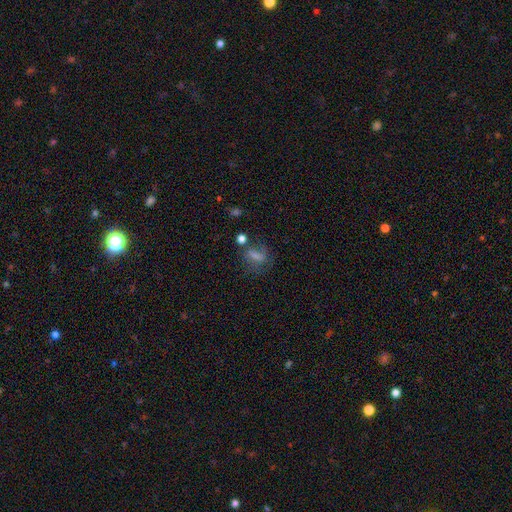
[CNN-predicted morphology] smooth-or-featured: smooth: 64% | featured or disk: 21% | star or artifact: 15%
  how-rounded: in between: 63% | round: 26% | cigar-shaped: 10%
  merging: none: 46% | minor disturbance: 21% | major disturbance: 21% | merger: 12%